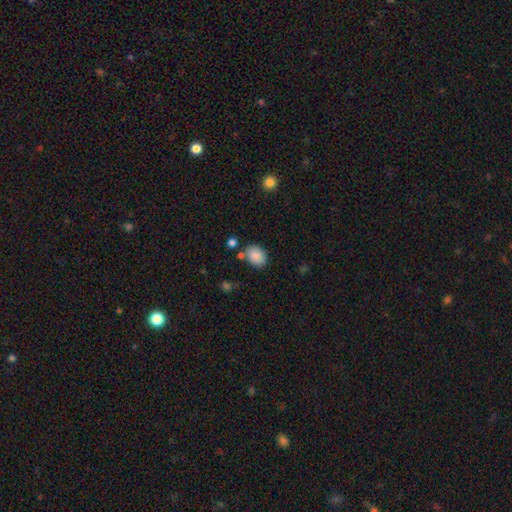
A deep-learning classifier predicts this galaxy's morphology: A smooth galaxy with no disk features (88%) that is in between round and cigar-shaped (70%). Merging: none (77%).